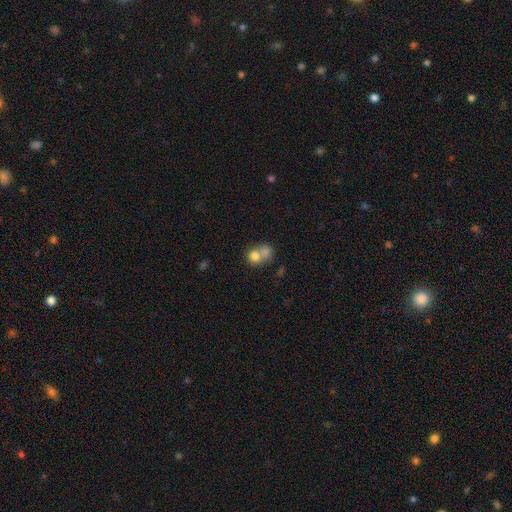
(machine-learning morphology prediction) Smooth or featured?
  - smooth: 76% *
  - featured or disk: 15%
  - star or artifact: 10%
How rounded?
  - round: 72% *
  - in between: 27%
  - cigar-shaped: 1%
Merging?
  - merger: 63% *
  - none: 26%
  - minor disturbance: 7%
  - major disturbance: 4%